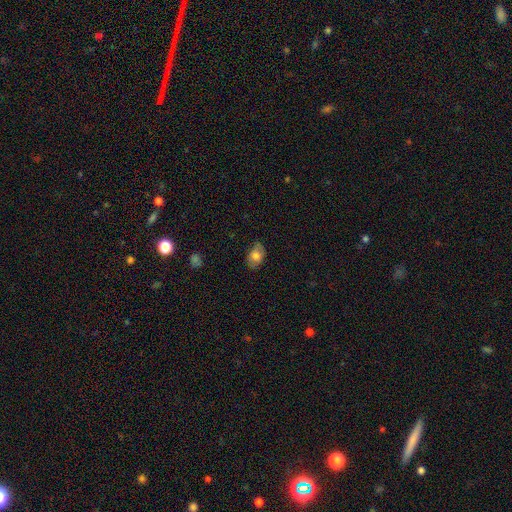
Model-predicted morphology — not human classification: Q: Smooth or featured?
A: smooth (72%); runner-up: featured or disk (19%)
Q: How rounded?
A: in between (84%); runner-up: round (15%)
Q: Merging?
A: none (72%); runner-up: minor disturbance (22%)